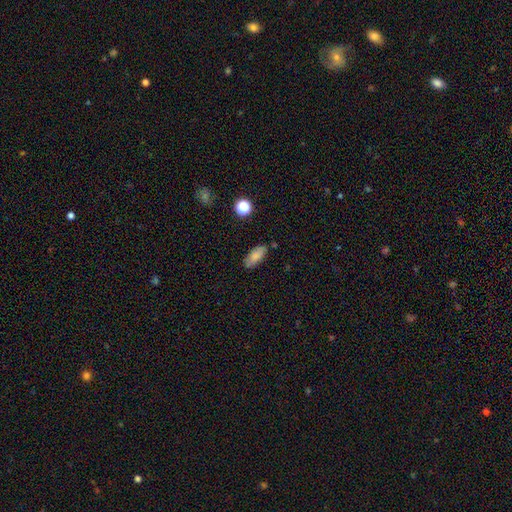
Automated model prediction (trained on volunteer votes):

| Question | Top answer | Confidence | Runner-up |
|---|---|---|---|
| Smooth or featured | smooth | 80% | featured or disk (11%) |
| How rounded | in between | 81% | cigar-shaped (15%) |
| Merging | none | 79% | minor disturbance (15%) |